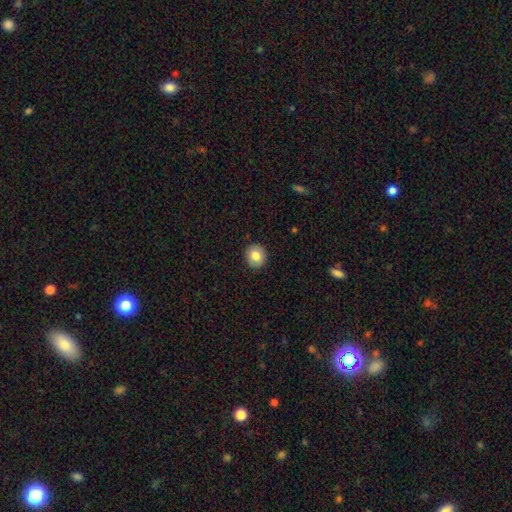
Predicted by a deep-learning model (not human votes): This is clearly a smooth galaxy (81%). How rounded: clearly round (87%). Merging: clearly none (91%).